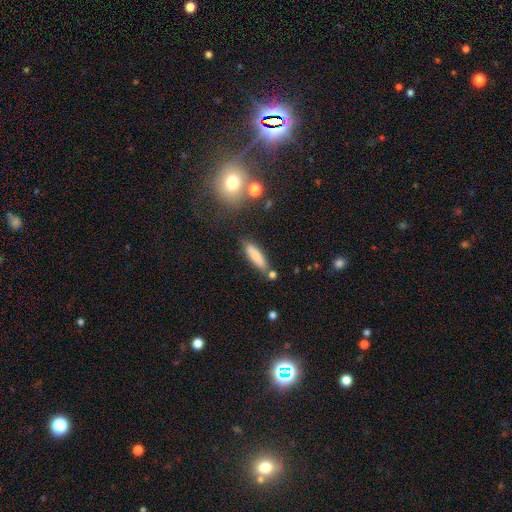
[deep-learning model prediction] smooth 76%, featured or disk 16%, star or artifact 8%. Down the decision tree: how rounded — cigar-shaped (64%); merging — none (72%).